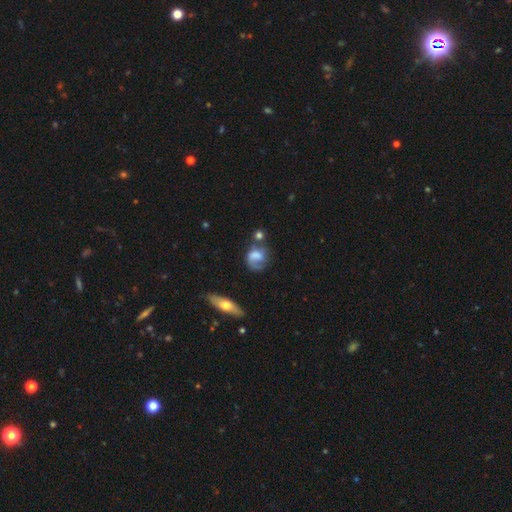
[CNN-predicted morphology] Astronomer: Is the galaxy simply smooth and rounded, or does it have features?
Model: smooth — 51% (runner-up: featured or disk, 40%).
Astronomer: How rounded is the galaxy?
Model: in between — 50% (runner-up: round, 48%).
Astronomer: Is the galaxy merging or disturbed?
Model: none — 38% (runner-up: major disturbance, 24%).